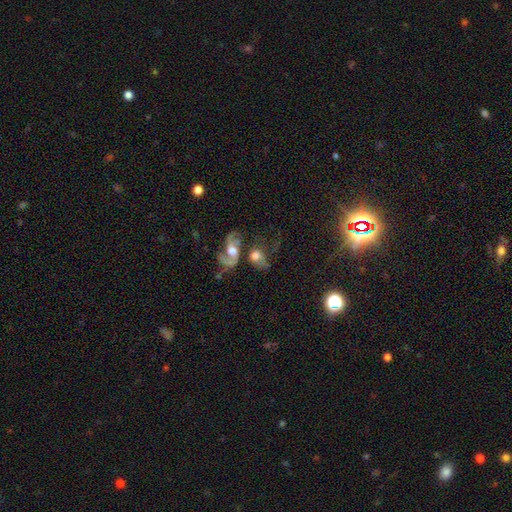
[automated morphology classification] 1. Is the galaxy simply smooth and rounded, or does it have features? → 46% featured or disk, 43% smooth, 10% star or artifact.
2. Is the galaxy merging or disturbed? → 43% merger, 24% none, 20% major disturbance, 13% minor disturbance.